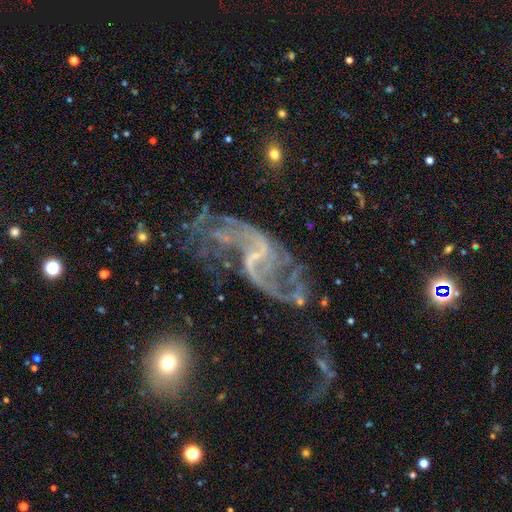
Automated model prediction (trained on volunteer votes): Smooth or featured? featured or disk (80%)
Edge-on disk? no (94%)
Bar? weak (44%)
Spiral arms? yes (85%)
Spiral winding? loose (61%)
Spiral arm count? 2 (71%)
Bulge size? small (50%)
Merging? none (40%)